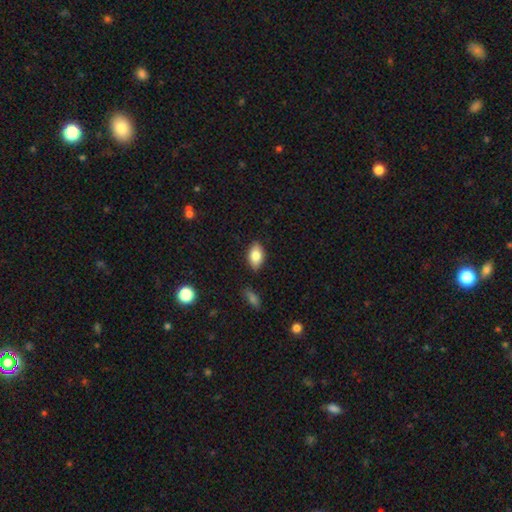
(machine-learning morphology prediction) smooth_or_featured: smooth (p=0.83) [alt: featured or disk p=0.10]
how_rounded: in between (p=0.91) [alt: round p=0.07]
merging: none (p=0.84) [alt: minor disturbance p=0.11]